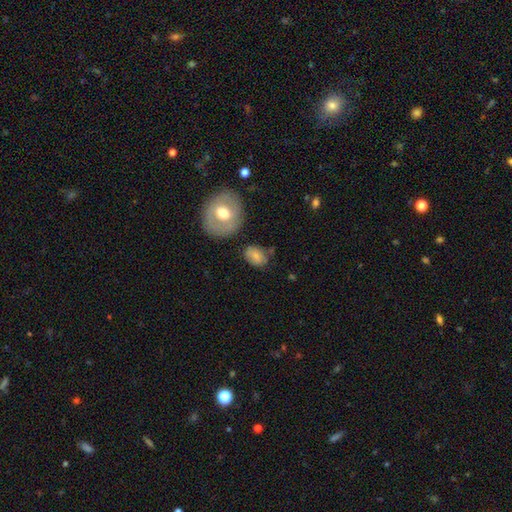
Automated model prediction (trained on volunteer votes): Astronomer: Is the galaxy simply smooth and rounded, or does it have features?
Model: smooth — 73%.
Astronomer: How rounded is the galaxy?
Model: in between — 64%.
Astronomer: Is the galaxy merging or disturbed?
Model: none — 65%.